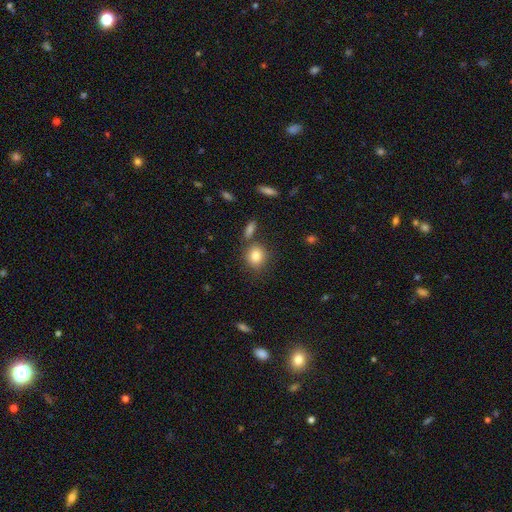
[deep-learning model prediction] A smooth galaxy with no disk features (83%) that is round (67%).

Vote fractions:
- Smooth or featured? smooth: 83% / star or artifact: 9% / featured or disk: 8%
- How rounded? round: 67% / in between: 32% / cigar-shaped: 1%
- Merging? none: 73% / minor disturbance: 12% / merger: 11% / major disturbance: 4%